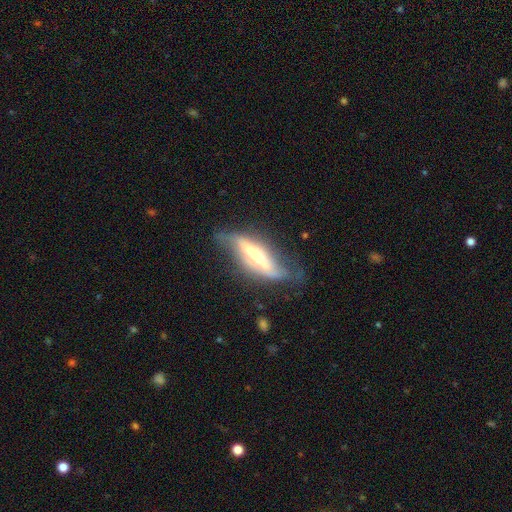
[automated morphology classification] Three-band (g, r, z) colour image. It shows a featured or disk galaxy (68%). Merging: none (50%).